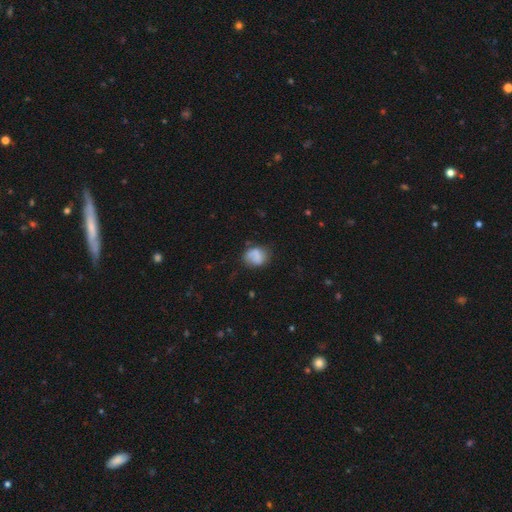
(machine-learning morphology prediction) type=smooth (69%); roundness=round (60%); merging=none (57%).